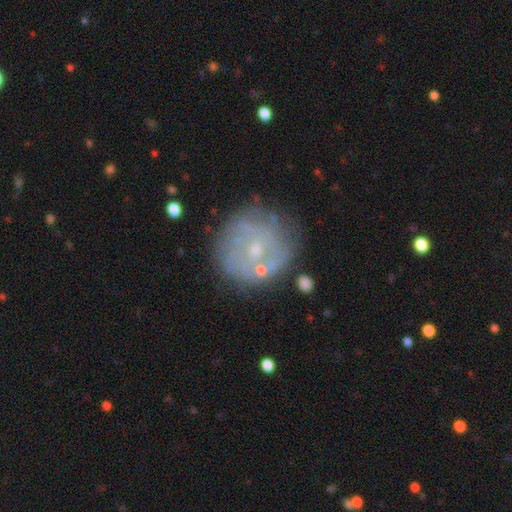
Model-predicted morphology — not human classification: Smooth or featured: featured or disk — 60% (smooth — 30%)
Edge-on disk: no — 97% (yes — 3%)
Bar: no — 64% (weak — 30%)
Spiral arms: yes — 54% (no — 46%)
Bulge size: small — 66% (moderate — 23%)
Merging: none — 69% (minor disturbance — 17%)